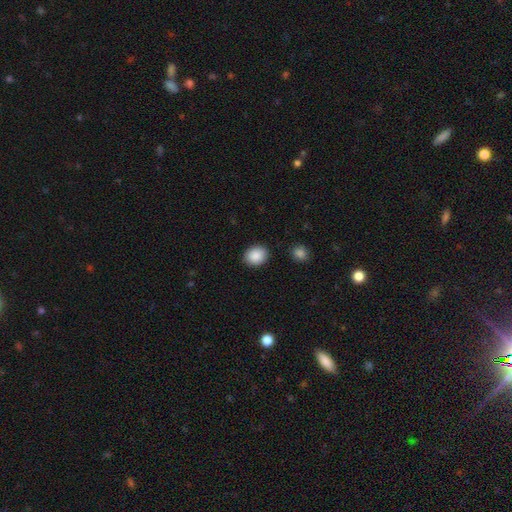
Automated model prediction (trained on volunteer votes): A smooth galaxy with no disk features (89%) that is round (61%). Merging: none (89%).